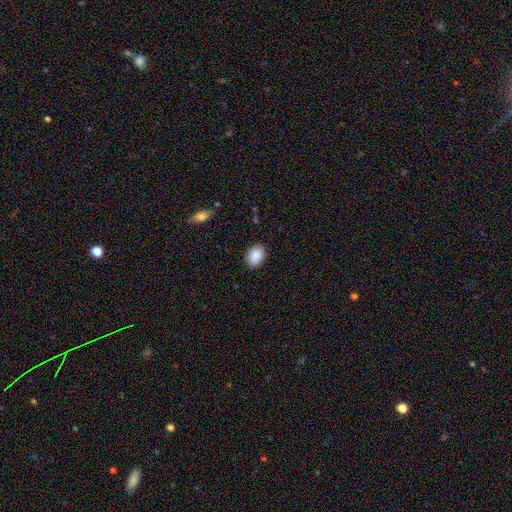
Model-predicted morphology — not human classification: Smooth or featured: smooth — 90% (star or artifact — 7%)
How rounded: in between — 69% (round — 30%)
Merging: none — 86% (minor disturbance — 10%)